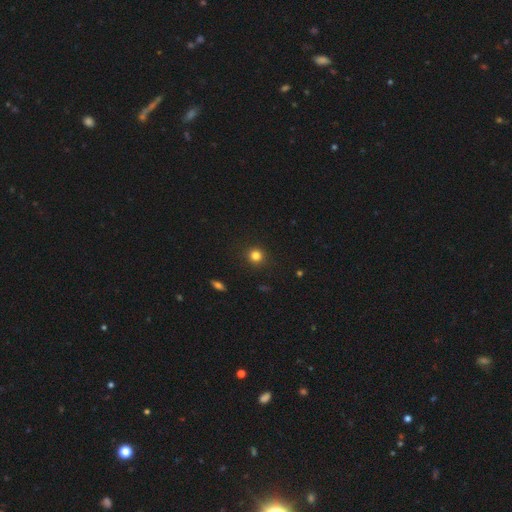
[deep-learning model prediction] The model was most divided on "smooth or featured": smooth: 82%, star or artifact: 13%, featured or disk: 5%. More confident: how rounded — round (93%); merging — none (91%).